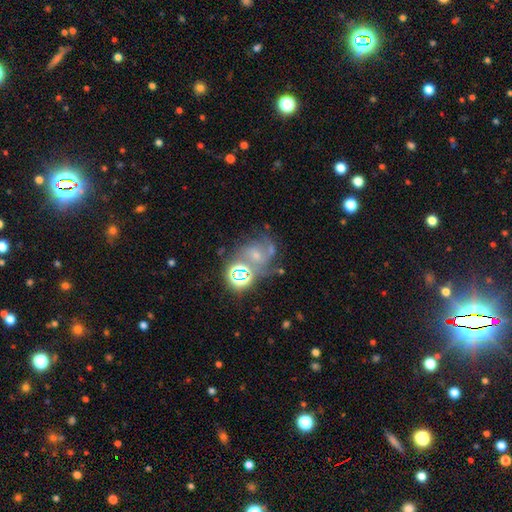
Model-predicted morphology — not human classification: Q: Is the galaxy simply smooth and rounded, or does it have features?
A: featured or disk — 45%.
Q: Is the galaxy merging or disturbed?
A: none — 44%.